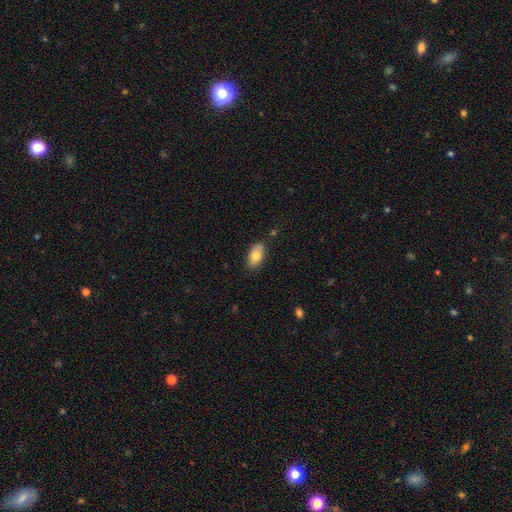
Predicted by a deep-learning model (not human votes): Overall: smooth (80%). How rounded: in between (93%). Merging: none (83%).